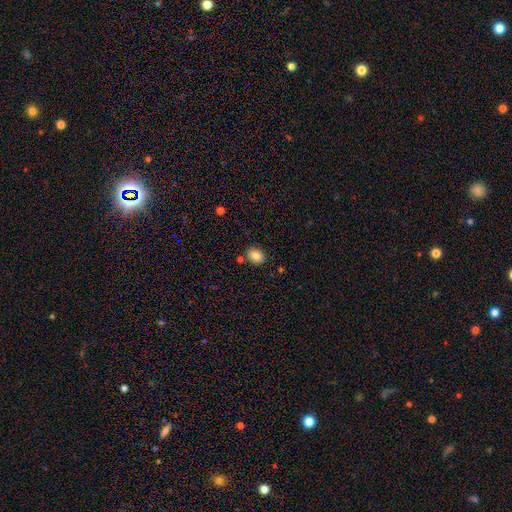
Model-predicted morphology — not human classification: Smooth or featured: smooth — 82% (star or artifact — 9%)
How rounded: in between — 59% (round — 40%)
Merging: none — 81% (minor disturbance — 11%)